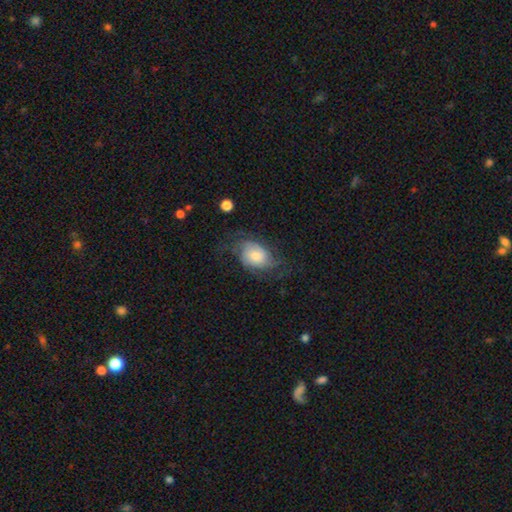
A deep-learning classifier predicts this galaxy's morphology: A featured or disk galaxy (55%) with no bar (75%), spiral arms (84%) and a moderate central bulge (46%).

Vote fractions:
- Smooth or featured? featured or disk: 55% / smooth: 37% / star or artifact: 8%
- Edge-on disk? no: 96% / yes: 4%
- Bar? no: 75% / weak: 21% / strong: 3%
- Spiral arms? yes: 84% / no: 16%
- Bulge size? moderate: 46% / small: 25% / large: 21% / none: 4% / dominant: 4%
- Merging? none: 50% / major disturbance: 24% / minor disturbance: 23% / merger: 2%